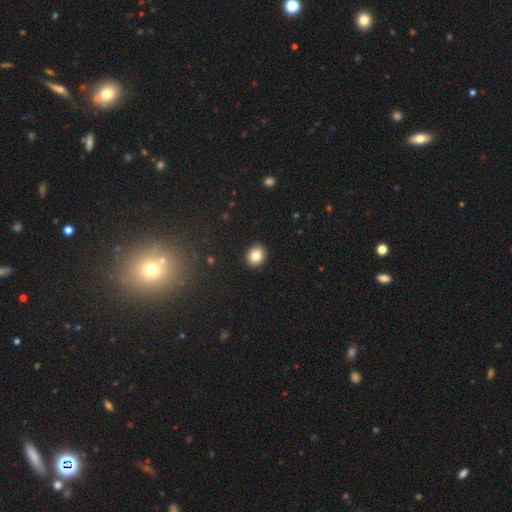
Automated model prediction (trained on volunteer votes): This is clearly a smooth galaxy (82%). How rounded: likely round (66%). Merging: clearly none (91%).